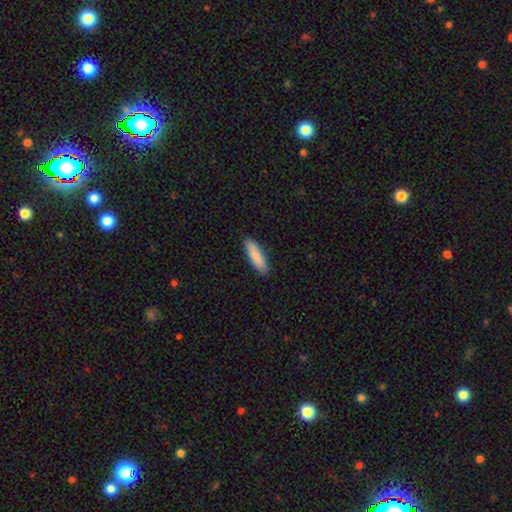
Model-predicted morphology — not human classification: smooth-or-featured: smooth: 88% | featured or disk: 7% | star or artifact: 5%
  how-rounded: cigar-shaped: 58% | in between: 40% | round: 1%
  merging: none: 89% | minor disturbance: 8% | major disturbance: 2% | merger: 1%